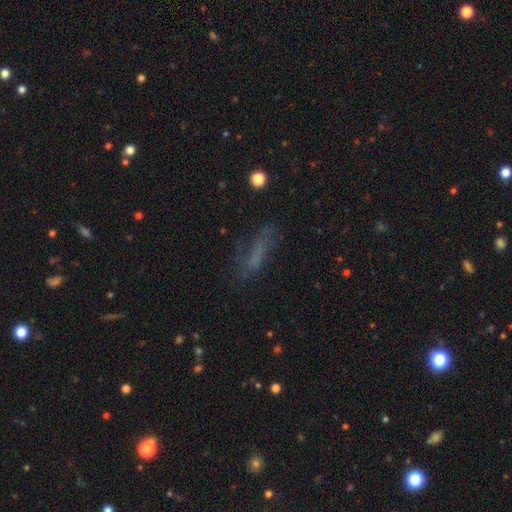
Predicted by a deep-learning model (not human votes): This is possibly a smooth galaxy (58%). How rounded: likely cigar-shaped (61%). Merging: likely none (61%).